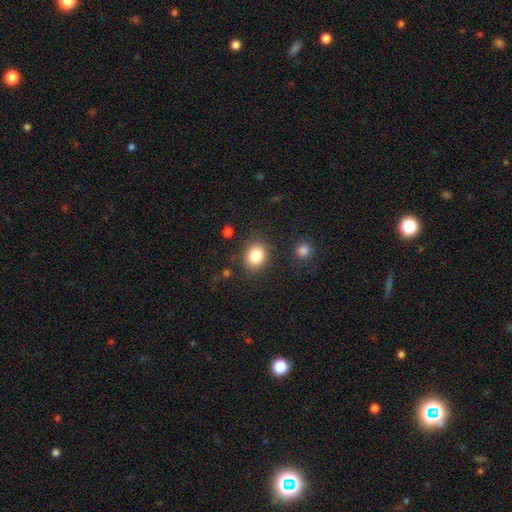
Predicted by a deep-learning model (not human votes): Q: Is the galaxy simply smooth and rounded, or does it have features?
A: smooth — 84%.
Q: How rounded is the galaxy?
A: round — 63%.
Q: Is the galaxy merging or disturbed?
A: none — 83%.